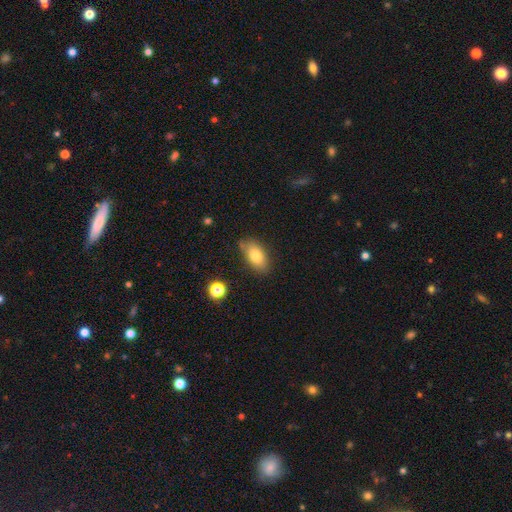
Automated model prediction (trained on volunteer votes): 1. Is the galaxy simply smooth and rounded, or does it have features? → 79% smooth, 13% featured or disk, 8% star or artifact.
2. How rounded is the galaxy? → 89% in between, 6% round, 4% cigar-shaped.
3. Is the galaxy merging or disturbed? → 77% none, 16% minor disturbance, 3% major disturbance, 3% merger.